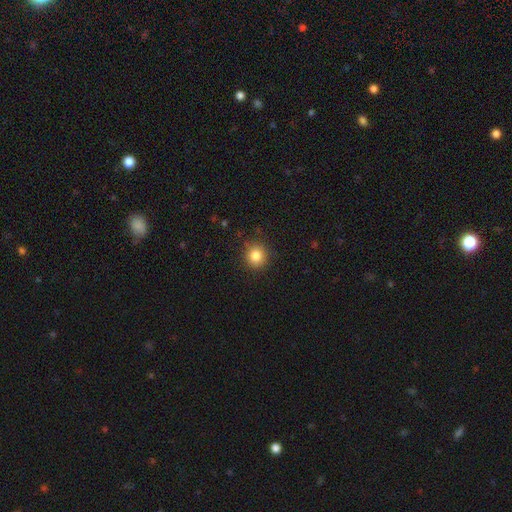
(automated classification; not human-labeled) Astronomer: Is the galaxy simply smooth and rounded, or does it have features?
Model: smooth — 84%.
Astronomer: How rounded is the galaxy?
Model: round — 90%.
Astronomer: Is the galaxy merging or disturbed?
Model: none — 89%.